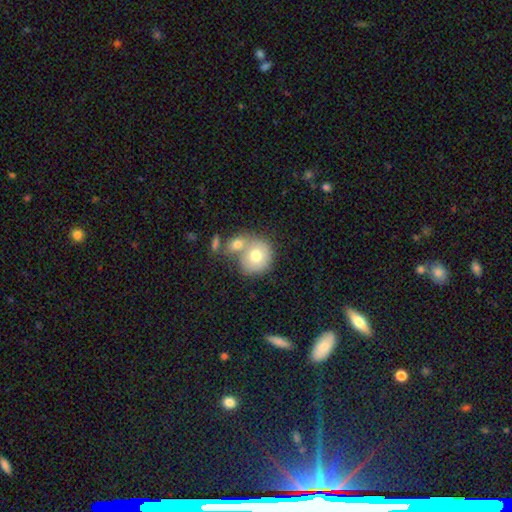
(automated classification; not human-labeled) A smooth galaxy with no disk features (71%) that is round (83%). Merging: merger (46%).